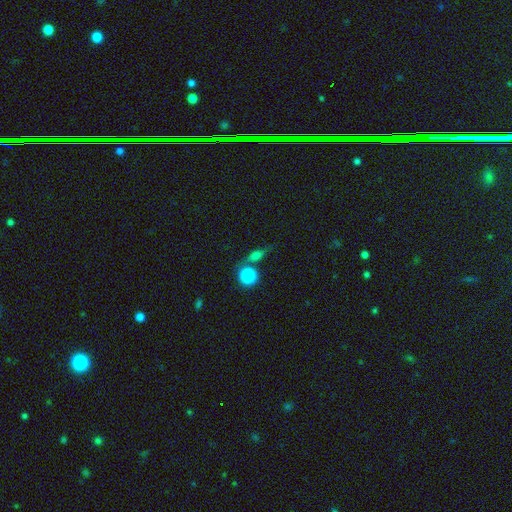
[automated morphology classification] Overall: smooth (57%; star or artifact 23%). How rounded: round (47%; in between 36%). Merging: none (61%).